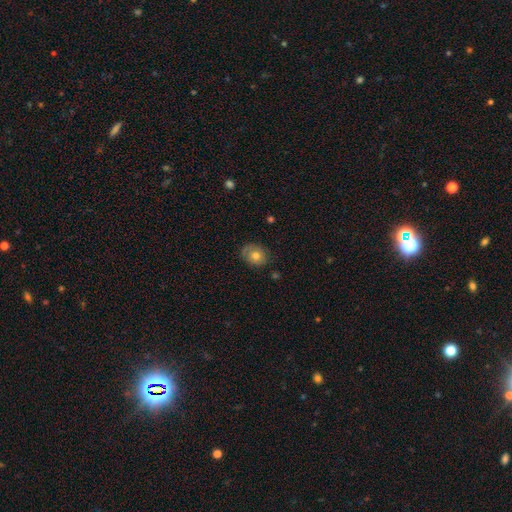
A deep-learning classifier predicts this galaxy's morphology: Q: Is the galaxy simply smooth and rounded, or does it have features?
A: smooth — 69%.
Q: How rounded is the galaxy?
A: in between — 50%.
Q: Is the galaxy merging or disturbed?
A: none — 74%.